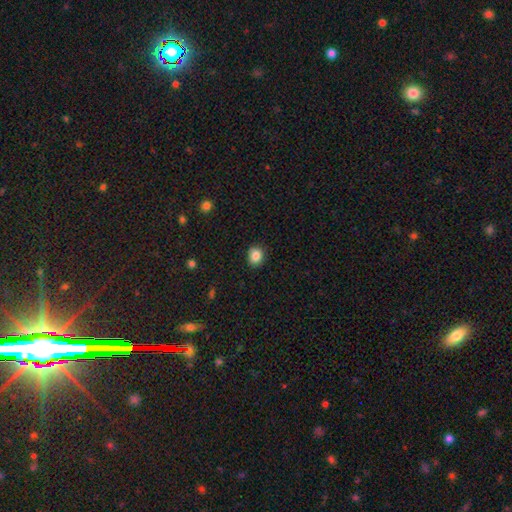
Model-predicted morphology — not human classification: Smooth or featured? smooth (86%)
How rounded? round (68%)
Merging? none (88%)